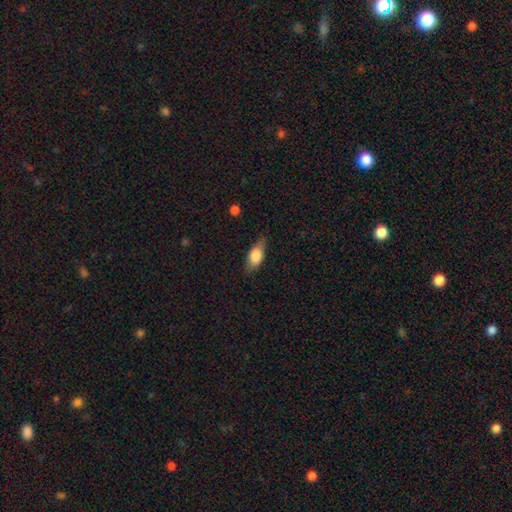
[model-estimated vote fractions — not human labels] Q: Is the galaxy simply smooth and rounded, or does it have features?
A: smooth — 72%.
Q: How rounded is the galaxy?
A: in between — 81%.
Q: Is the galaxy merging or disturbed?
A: none — 75%.